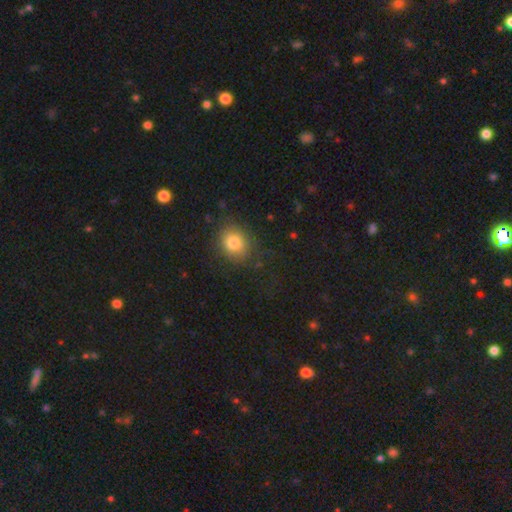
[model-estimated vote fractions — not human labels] smooth_or_featured: smooth (p=0.71) [alt: star or artifact p=0.23]
how_rounded: round (p=0.78) [alt: in between p=0.21]
merging: none (p=0.85) [alt: minor disturbance p=0.11]